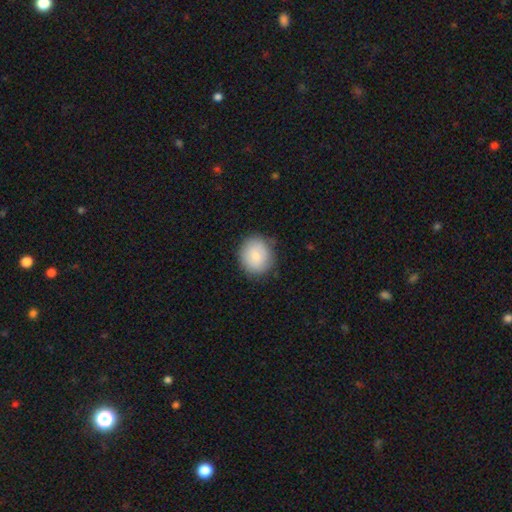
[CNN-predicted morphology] Smooth or featured? smooth (80%)
How rounded? round (77%)
Merging? none (81%)